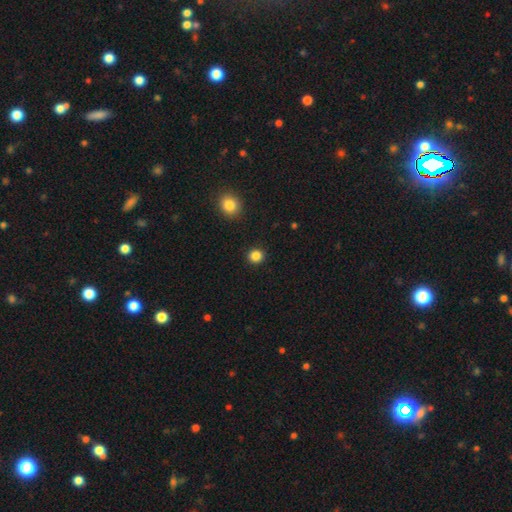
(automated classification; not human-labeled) A smooth galaxy with no disk features (85%) that is round (91%).

Vote fractions:
- Smooth or featured? smooth: 85% / star or artifact: 11% / featured or disk: 3%
- How rounded? round: 91% / in between: 8% / cigar-shaped: 1%
- Merging? none: 93% / minor disturbance: 4% / major disturbance: 2% / merger: 1%